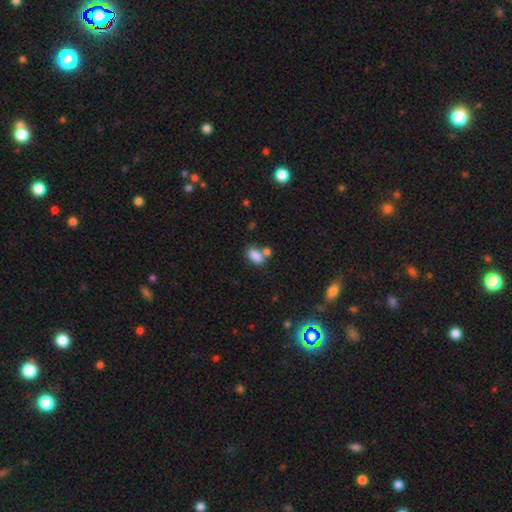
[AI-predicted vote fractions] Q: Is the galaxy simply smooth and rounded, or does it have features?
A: smooth — 84%.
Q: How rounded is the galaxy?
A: in between — 90%.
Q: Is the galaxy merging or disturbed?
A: none — 53%.